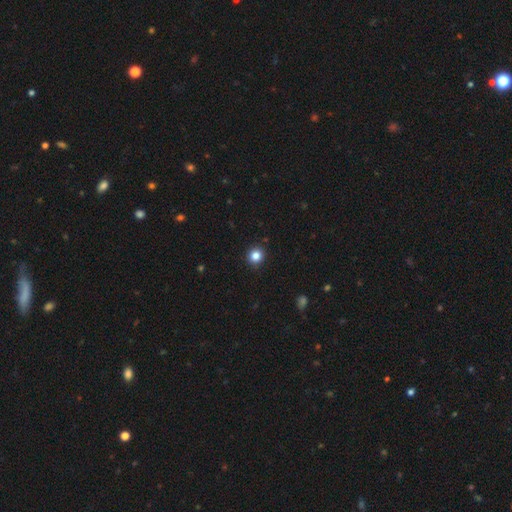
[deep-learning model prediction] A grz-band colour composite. It shows a smooth galaxy with no disk features (84%) that is round (92%). Merging: none (92%).